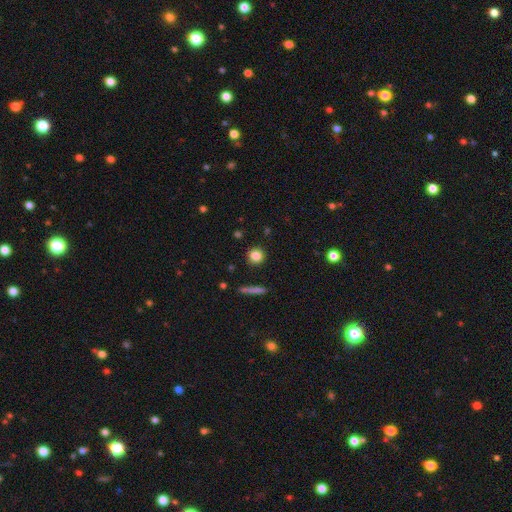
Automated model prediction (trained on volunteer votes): Smooth or featured? smooth (83%)
How rounded? round (90%)
Merging? none (91%)